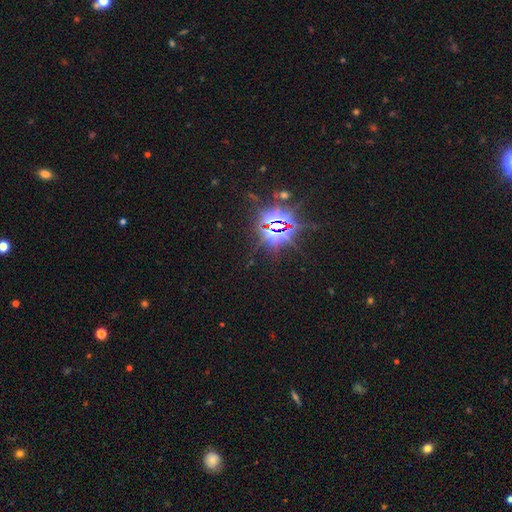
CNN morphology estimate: smooth_or_featured: star or artifact (p=0.85) [alt: smooth p=0.08]